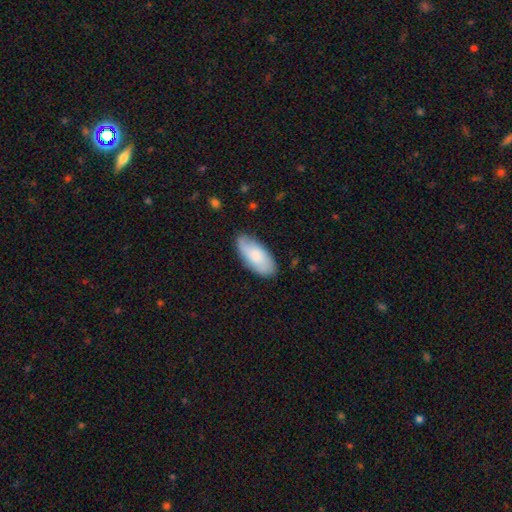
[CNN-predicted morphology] smooth 74%, featured or disk 21%, star or artifact 6%. Down the decision tree: how rounded — in between (90%); merging — none (81%).